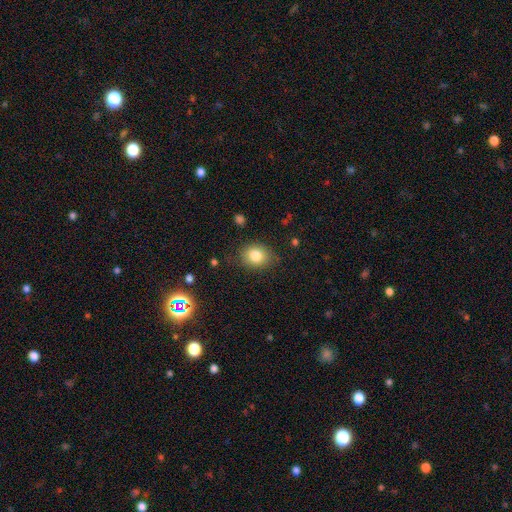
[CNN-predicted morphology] Smooth or featured? smooth (82%)
How rounded? round (53%)
Merging? none (80%)